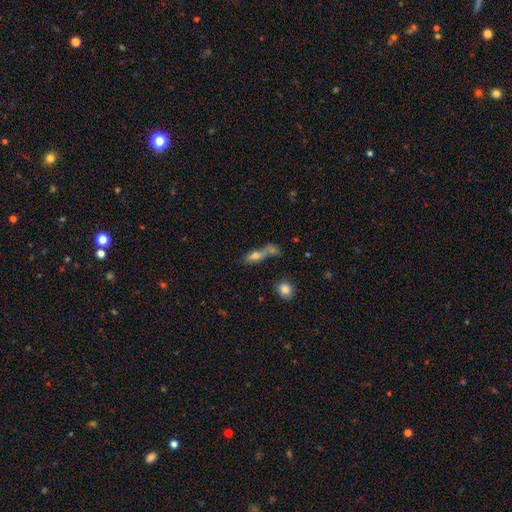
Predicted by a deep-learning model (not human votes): A smooth galaxy with no disk features (64%) that is in between round and cigar-shaped (56%).

Vote fractions:
- Smooth or featured? smooth: 64% / featured or disk: 24% / star or artifact: 12%
- How rounded? in between: 56% / cigar-shaped: 36% / round: 8%
- Merging? merger: 45% / none: 29% / major disturbance: 13% / minor disturbance: 13%